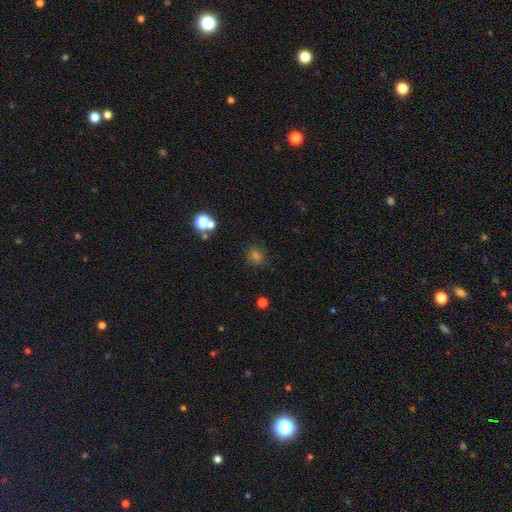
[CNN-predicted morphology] type=smooth (68%); roundness=round (82%); merging=none (82%).